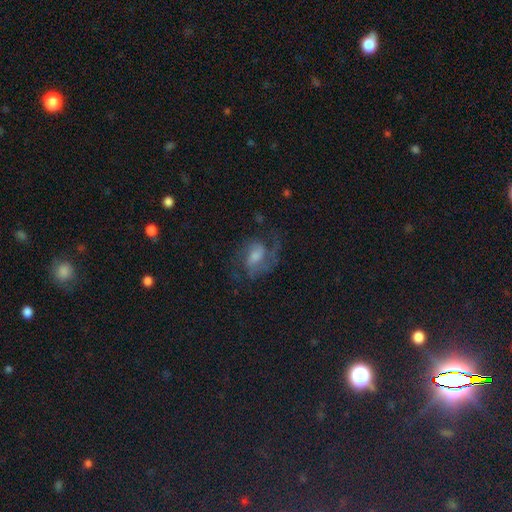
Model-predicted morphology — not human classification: A featured or disk galaxy (75%) with a weak bar (50%), 2 (76%) medium (54%) spiral arms (94%) and a moderate central bulge (42%).

Vote fractions:
- Smooth or featured? featured or disk: 75% / smooth: 13% / star or artifact: 12%
- Edge-on disk? no: 97% / yes: 3%
- Bar? weak: 50% / no: 35% / strong: 15%
- Spiral arms? yes: 94% / no: 6%
- Spiral winding? medium: 54% / loose: 25% / tight: 21%
- Spiral arm count? 2: 76% / 1: 8% / can't tell: 8% / 3: 4% / 4: 2% / more than 4: 2%
- Bulge size? moderate: 42% / small: 31% / large: 14% / none: 11% / dominant: 2%
- Merging? none: 63% / major disturbance: 17% / minor disturbance: 17% / merger: 2%